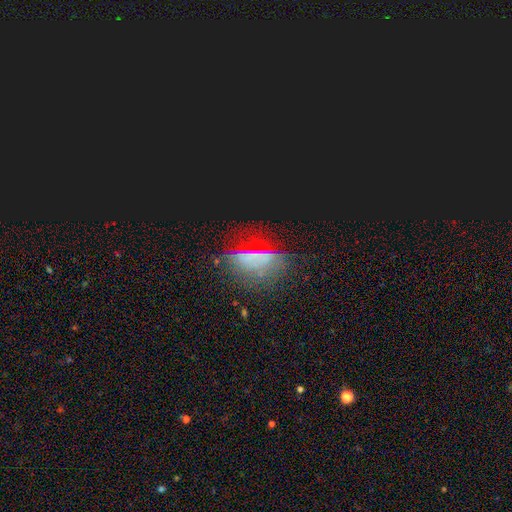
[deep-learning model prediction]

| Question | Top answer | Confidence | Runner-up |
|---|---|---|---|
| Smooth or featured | star or artifact | 37% | smooth (33%) |